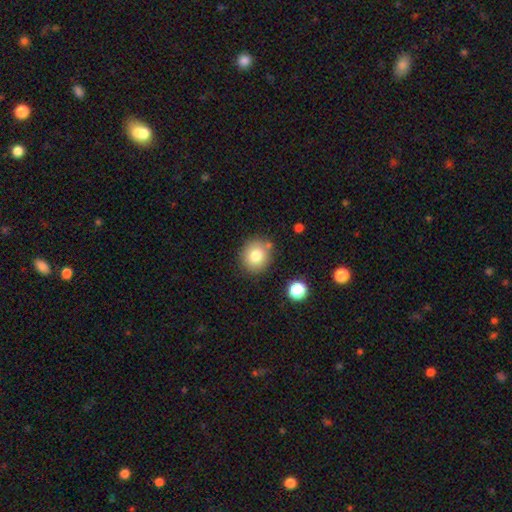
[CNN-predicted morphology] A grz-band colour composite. It shows a smooth galaxy with no disk features (79%) that is round (79%). Merging: none (79%).